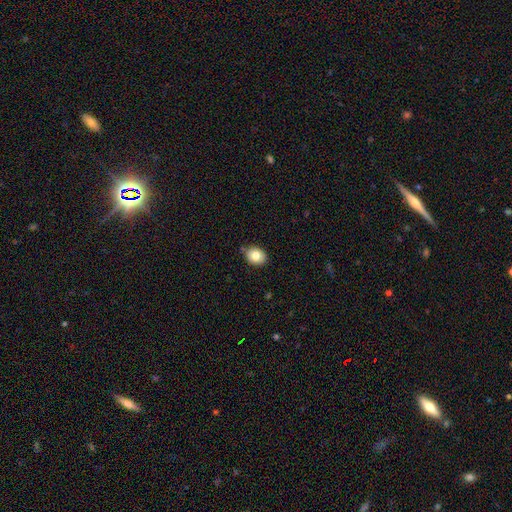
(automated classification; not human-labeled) smooth_or_featured: smooth (p=0.80) [alt: featured or disk p=0.11]
how_rounded: round (p=0.50) [alt: in between p=0.49]
merging: none (p=0.85) [alt: minor disturbance p=0.11]